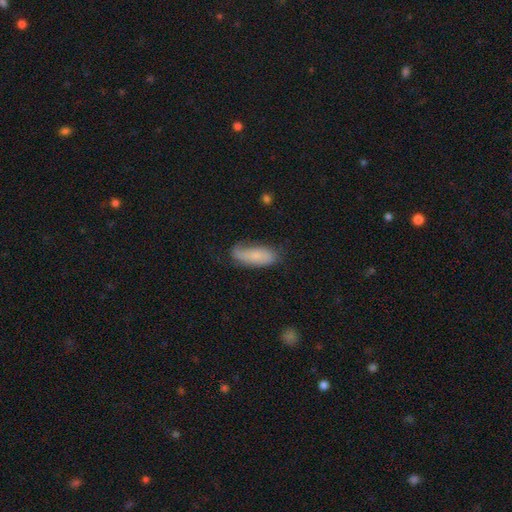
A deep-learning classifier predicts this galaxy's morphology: smooth-or-featured: smooth: 63% | featured or disk: 29% | star or artifact: 7%
  how-rounded: in between: 74% | cigar-shaped: 24% | round: 2%
  merging: none: 55% | minor disturbance: 30% | major disturbance: 12% | merger: 2%